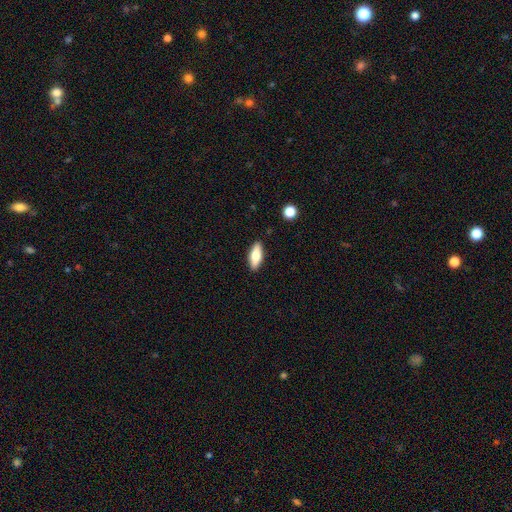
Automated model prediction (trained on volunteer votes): The model was most divided on "how rounded": in between: 72%, cigar-shaped: 26%, round: 2%. More confident: merging — none (88%); smooth or featured — smooth (73%).